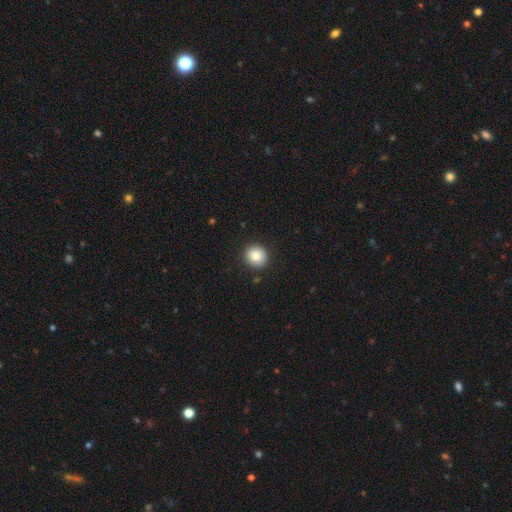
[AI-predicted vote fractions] smooth_or_featured: smooth (p=0.84) [alt: star or artifact p=0.09]
how_rounded: round (p=0.91) [alt: in between p=0.08]
merging: none (p=0.90) [alt: minor disturbance p=0.07]